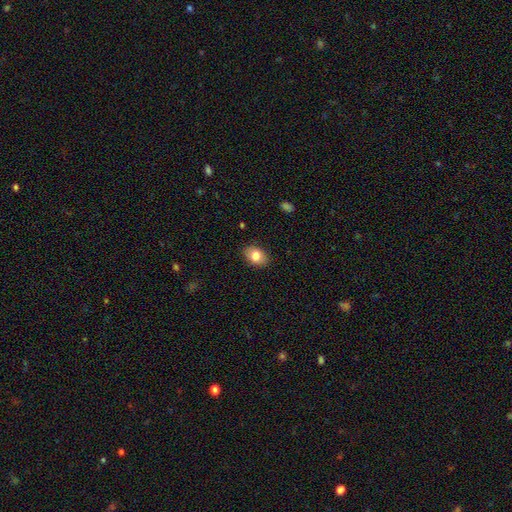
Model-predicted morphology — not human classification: The model was most divided on "how rounded": in between: 78%, round: 21%, cigar-shaped: 1%. More confident: merging — none (87%); smooth or featured — smooth (82%).